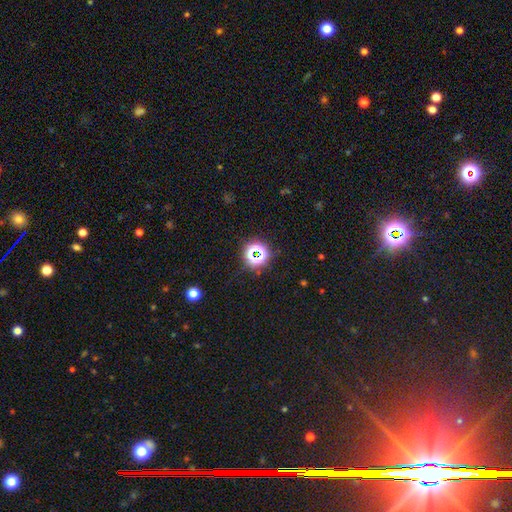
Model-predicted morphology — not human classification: Q: Smooth or featured?
A: star or artifact (66%); runner-up: smooth (25%)